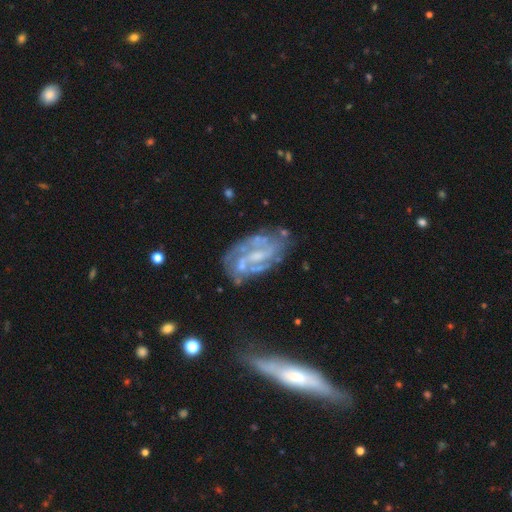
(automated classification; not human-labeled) A featured or disk galaxy (83%) with a weak bar (45%), 2 (47%) medium (43%) spiral arms (87%) and a small central bulge (43%). Merging: none (61%).